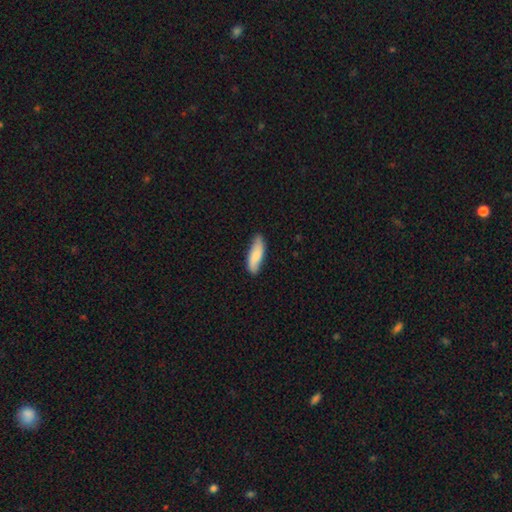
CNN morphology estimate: A smooth galaxy with no disk features (73%) that is in between round and cigar-shaped (50%). Merging: none (77%).